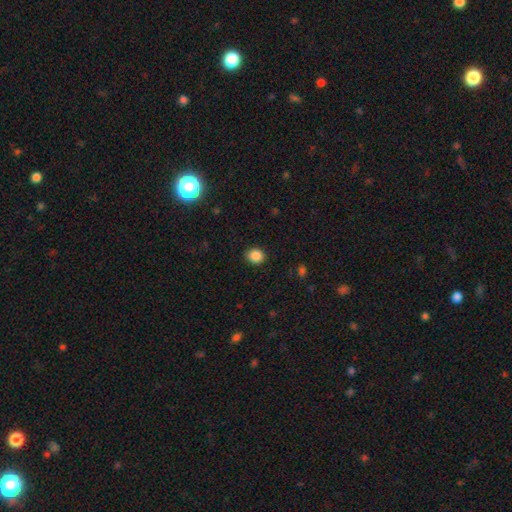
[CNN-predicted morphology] A smooth galaxy with no disk features (88%) that is round (70%).

Vote fractions:
- Smooth or featured? smooth: 88% / star or artifact: 9% / featured or disk: 3%
- How rounded? round: 70% / in between: 29% / cigar-shaped: 1%
- Merging? none: 89% / minor disturbance: 8% / major disturbance: 2% / merger: 1%